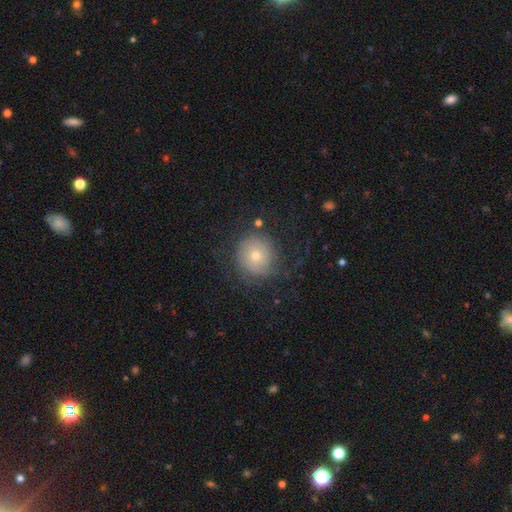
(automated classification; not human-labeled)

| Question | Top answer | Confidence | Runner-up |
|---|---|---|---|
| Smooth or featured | smooth | 53% | featured or disk (36%) |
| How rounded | round | 89% | in between (10%) |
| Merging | none | 72% | minor disturbance (16%) |